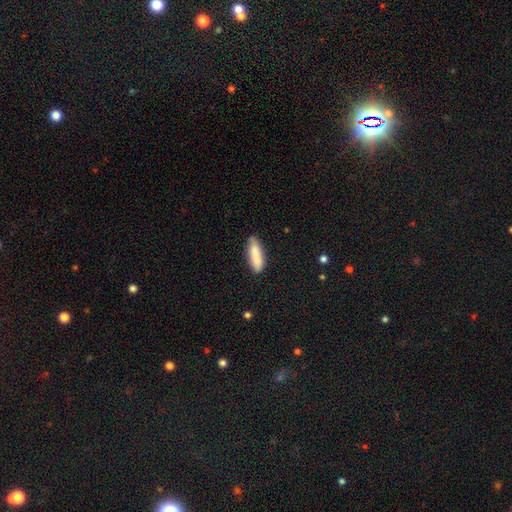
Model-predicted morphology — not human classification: type=smooth (85%); roundness=in between (53%); merging=none (75%).